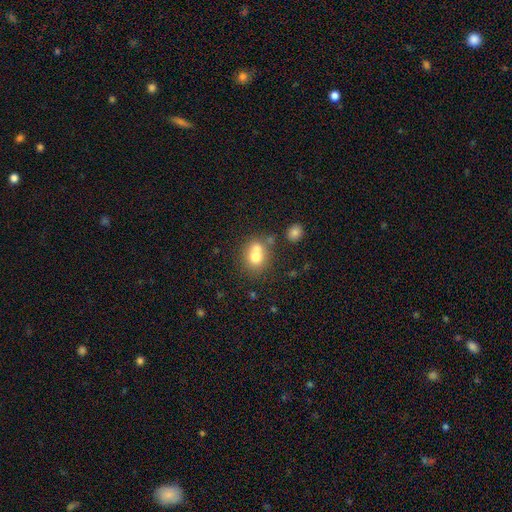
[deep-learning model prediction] This is likely a smooth galaxy (72%). How rounded: likely round (62%). Merging: marginally none (42%).